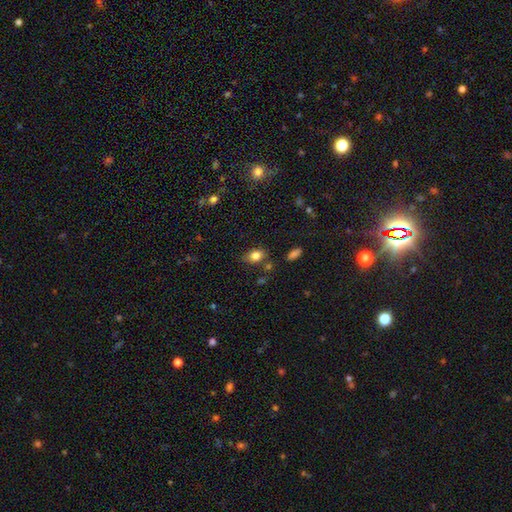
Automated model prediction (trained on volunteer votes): This is clearly a smooth galaxy (81%). How rounded: likely in between (73%). Merging: likely none (73%).